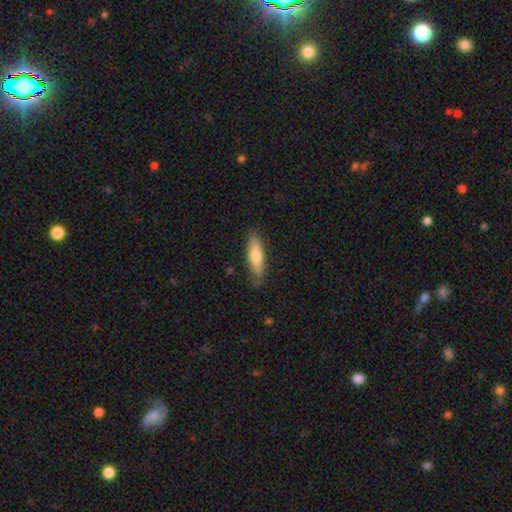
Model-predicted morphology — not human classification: type=smooth (69%); roundness=cigar-shaped (59%); merging=none (82%).